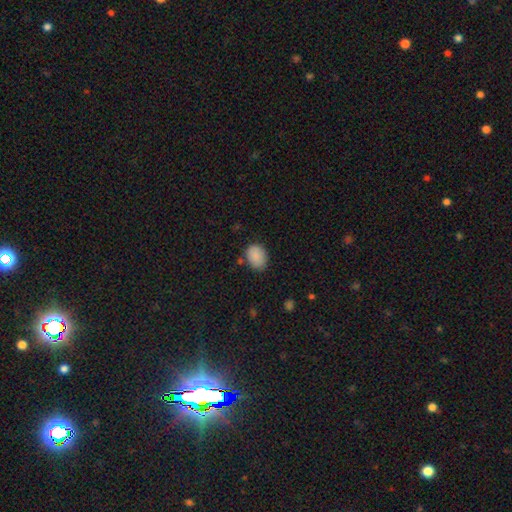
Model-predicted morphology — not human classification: Overall: smooth (88%). How rounded: in between (64%; round 35%). Merging: none (74%).